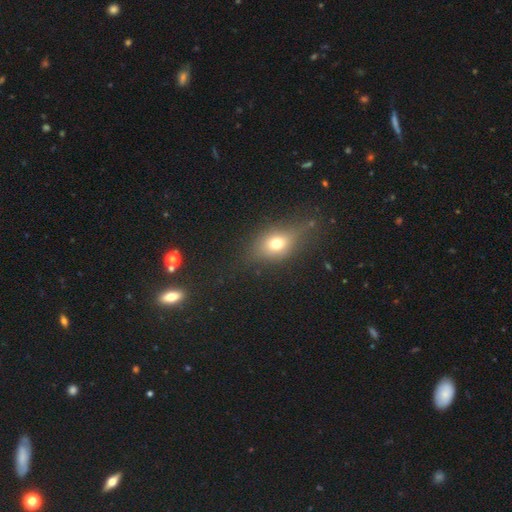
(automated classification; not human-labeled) smooth_or_featured: smooth (p=0.45) [alt: star or artifact p=0.29]
merging: none (p=0.79) [alt: minor disturbance p=0.13]